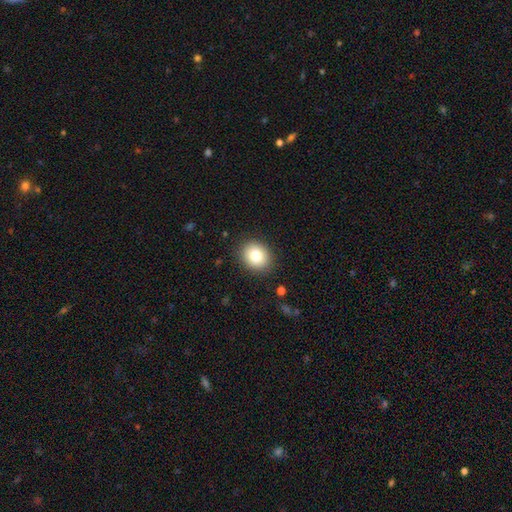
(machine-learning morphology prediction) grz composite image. It shows a smooth galaxy with no disk features (81%) that is round (73%). Merging: none (89%).